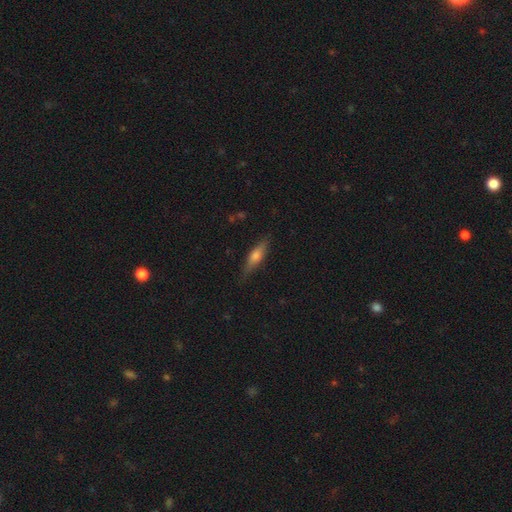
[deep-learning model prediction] Smooth or featured?
  - smooth: 54% *
  - featured or disk: 39%
  - star or artifact: 7%
How rounded?
  - cigar-shaped: 64% *
  - in between: 34%
  - round: 3%
Merging?
  - none: 81% *
  - minor disturbance: 14%
  - major disturbance: 3%
  - merger: 1%